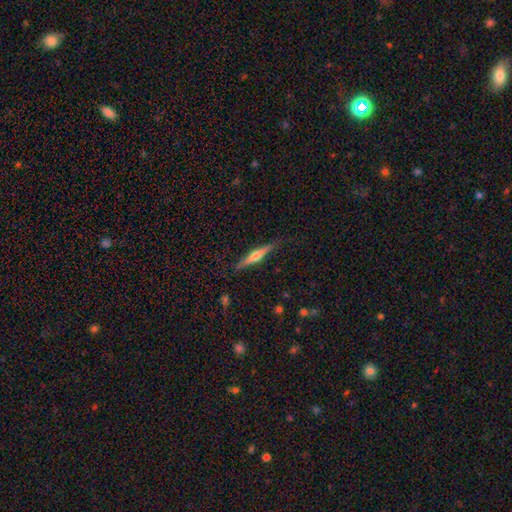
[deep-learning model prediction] Smooth or featured? Predicted: featured or disk (p=0.68). Edge-on disk? Predicted: yes (p=0.98). Edge-on bulge? Predicted: rounded (p=0.91). Merging? Predicted: none (p=0.87).